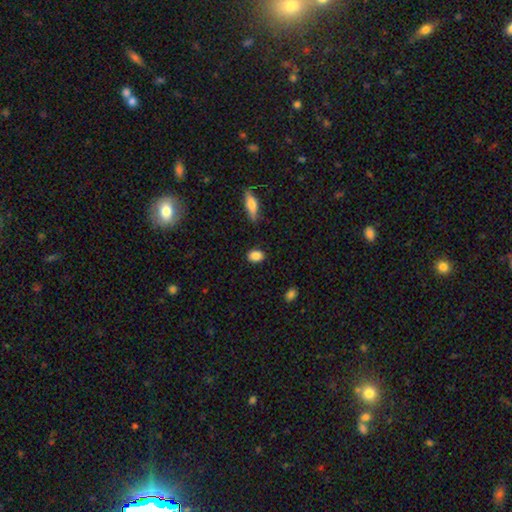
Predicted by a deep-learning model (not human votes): This is clearly a smooth galaxy (87%). How rounded: likely in between (74%). Merging: clearly none (86%).